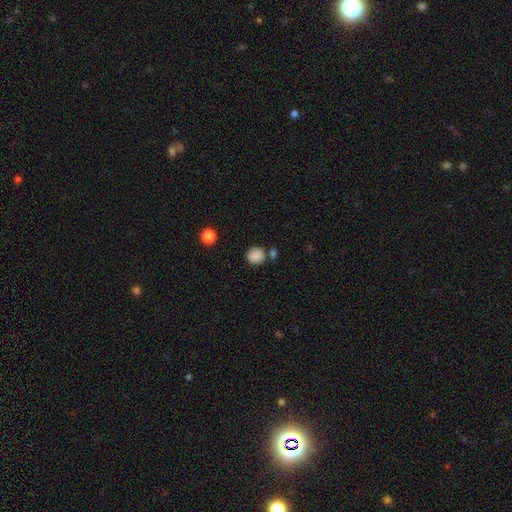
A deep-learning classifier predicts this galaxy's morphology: smooth-or-featured: smooth: 87% | star or artifact: 9% | featured or disk: 4%
  how-rounded: round: 89% | in between: 10% | cigar-shaped: 1%
  merging: none: 76% | merger: 11% | minor disturbance: 10% | major disturbance: 3%